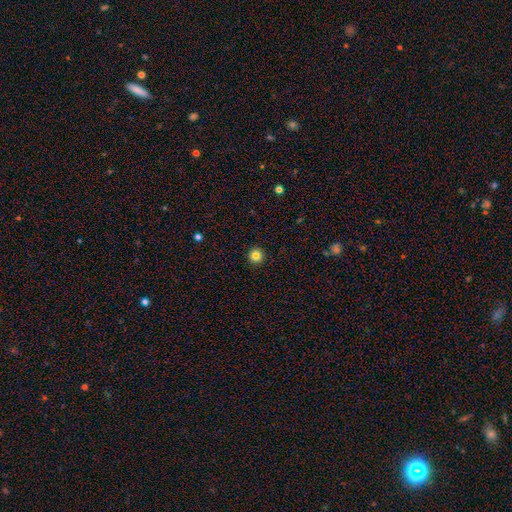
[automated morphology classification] This is clearly a smooth galaxy (84%). How rounded: clearly round (95%). Merging: clearly none (94%).